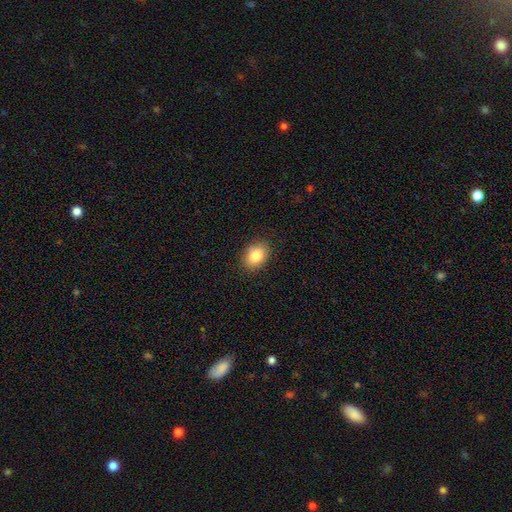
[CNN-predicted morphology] This is clearly a smooth galaxy (83%). How rounded: likely in between (77%). Merging: clearly none (87%).